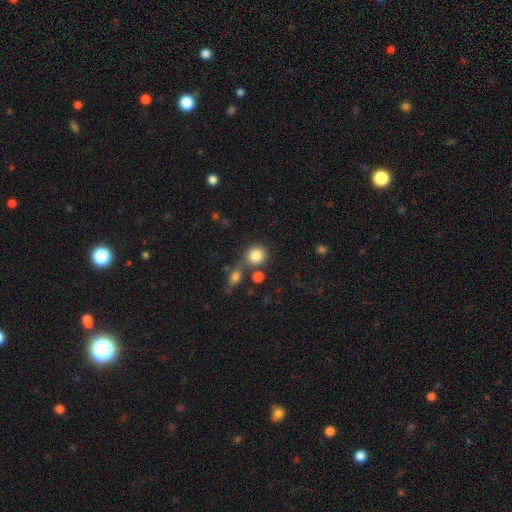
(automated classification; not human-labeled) A smooth galaxy with no disk features (84%) that is round (86%).

Vote fractions:
- Smooth or featured? smooth: 84% / star or artifact: 9% / featured or disk: 7%
- How rounded? round: 86% / in between: 13% / cigar-shaped: 1%
- Merging? none: 62% / merger: 22% / minor disturbance: 11% / major disturbance: 5%